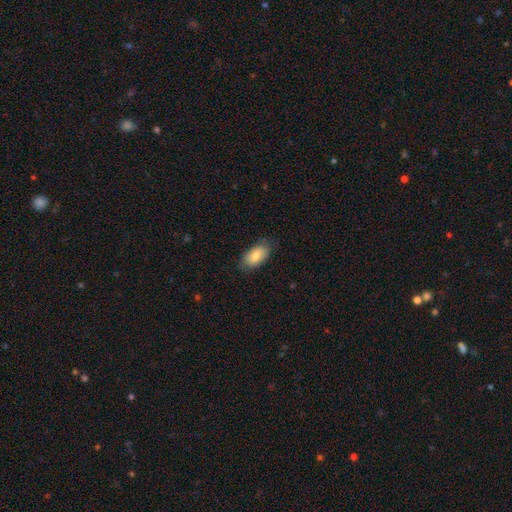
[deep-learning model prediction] Smooth or featured: smooth — 81% (featured or disk — 13%)
How rounded: in between — 93% (round — 4%)
Merging: none — 77% (minor disturbance — 18%)